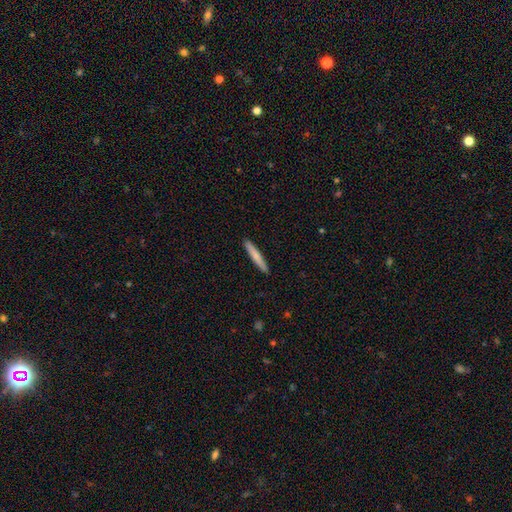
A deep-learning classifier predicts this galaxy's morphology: smooth-or-featured: smooth: 74% | featured or disk: 20% | star or artifact: 5%
  how-rounded: cigar-shaped: 95% | in between: 4% | round: 1%
  merging: none: 92% | minor disturbance: 6% | major disturbance: 1% | merger: 1%